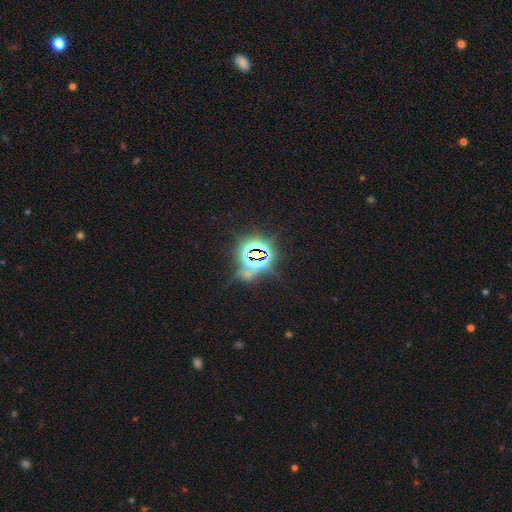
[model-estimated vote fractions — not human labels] The model was most divided on "smooth or featured": star or artifact: 79%, smooth: 12%, featured or disk: 9%.